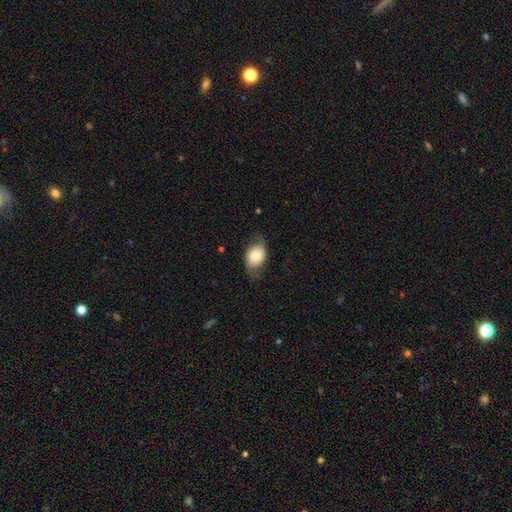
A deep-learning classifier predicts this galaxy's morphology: A smooth galaxy with no disk features (65%) that is in between round and cigar-shaped (74%).

Vote fractions:
- Smooth or featured? smooth: 65% / featured or disk: 27% / star or artifact: 8%
- How rounded? in between: 74% / round: 25% / cigar-shaped: 1%
- Merging? none: 63% / minor disturbance: 25% / major disturbance: 11% / merger: 1%